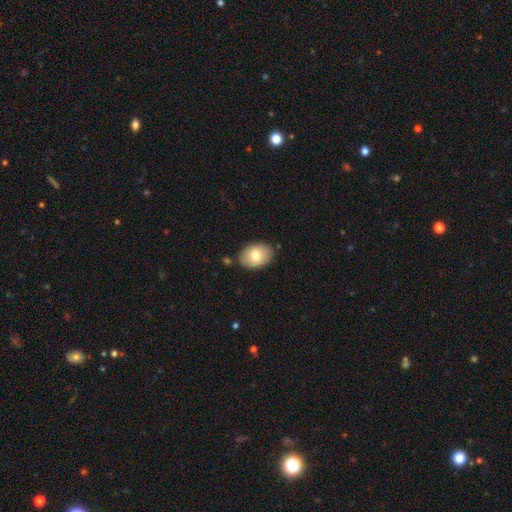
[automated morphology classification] Smooth or featured? smooth (78%)
How rounded? in between (84%)
Merging? none (84%)